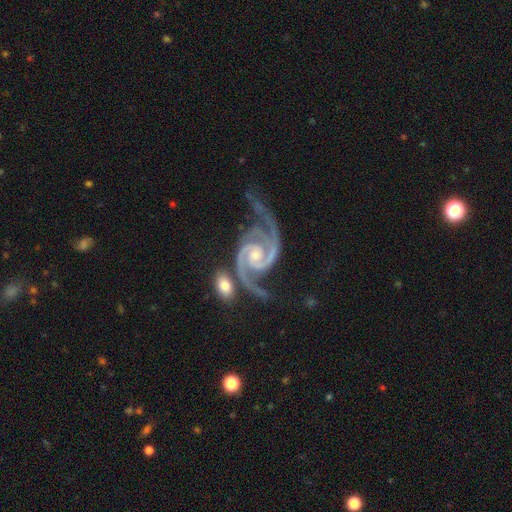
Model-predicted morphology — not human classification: Overall: featured or disk (94%). Edge-on disk: no (98%). Bar: no (60%; weak 29%). Spiral arms: yes (99%). Spiral arm count: 2 (79%). Spiral winding: medium (54%; tight 34%). Bulge size: small (53%; moderate 40%). Merging: none (51%; minor disturbance 22%).